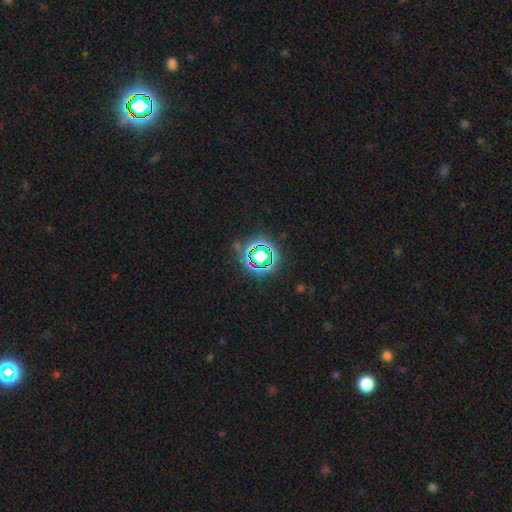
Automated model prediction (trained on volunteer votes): This is likely a star or artifact rather than a galaxy (68%).